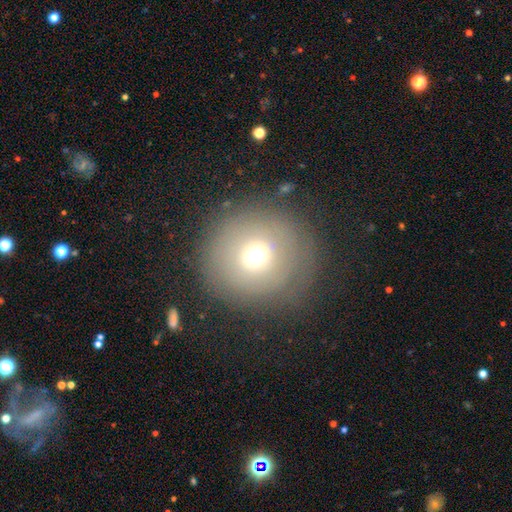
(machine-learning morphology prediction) Smooth or featured?
  - smooth: 64% *
  - featured or disk: 21%
  - star or artifact: 15%
How rounded?
  - round: 91% *
  - in between: 8%
  - cigar-shaped: 1%
Merging?
  - none: 77% *
  - minor disturbance: 13%
  - major disturbance: 8%
  - merger: 2%